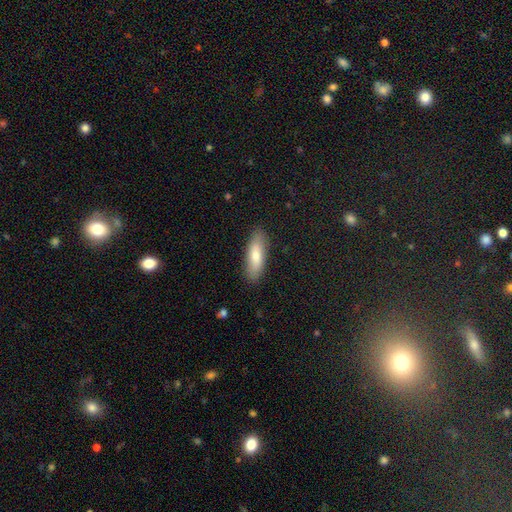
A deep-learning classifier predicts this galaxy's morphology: A smooth galaxy with no disk features (76%) that is in between round and cigar-shaped (56%).

Vote fractions:
- Smooth or featured? smooth: 76% / featured or disk: 18% / star or artifact: 6%
- How rounded? in between: 56% / cigar-shaped: 42% / round: 2%
- Merging? none: 87% / minor disturbance: 9% / major disturbance: 2% / merger: 1%